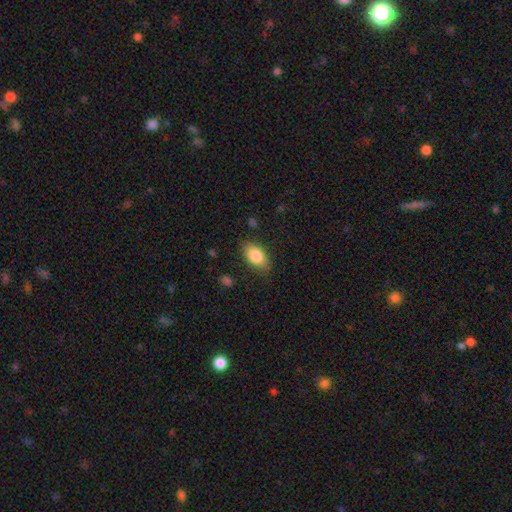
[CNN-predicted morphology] This is clearly a smooth galaxy (85%). How rounded: clearly in between (90%). Merging: clearly none (81%).